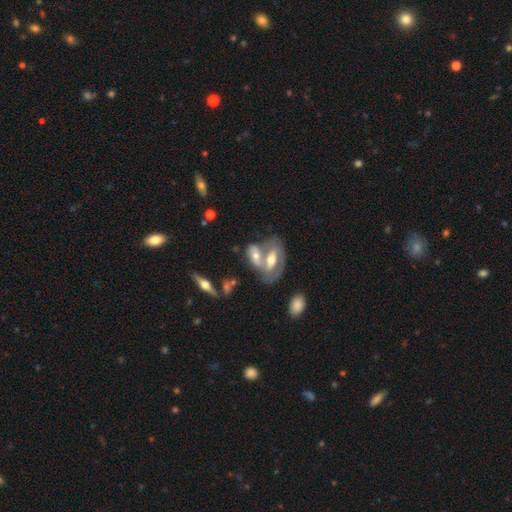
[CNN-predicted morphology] type=featured or disk (54%); edge-on=no (77%); merging=merger (61%).